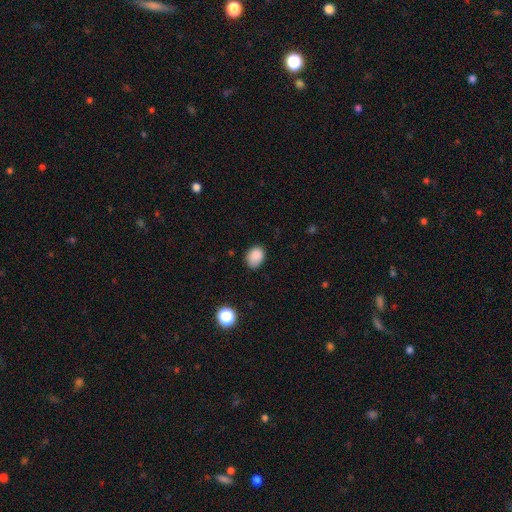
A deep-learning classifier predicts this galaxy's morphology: smooth-or-featured: smooth: 86% | star or artifact: 10% | featured or disk: 4%
  how-rounded: in between: 65% | round: 34% | cigar-shaped: 1%
  merging: none: 76% | minor disturbance: 19% | major disturbance: 3% | merger: 1%